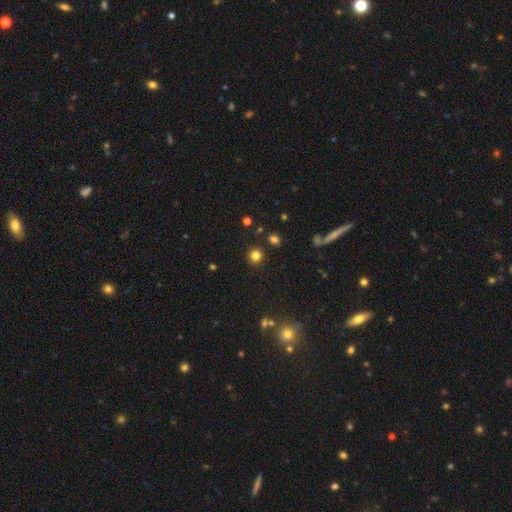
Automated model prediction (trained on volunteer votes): Smooth or featured? Predicted: smooth (p=0.81). How rounded? Predicted: round (p=0.91). Merging? Predicted: none (p=0.88).